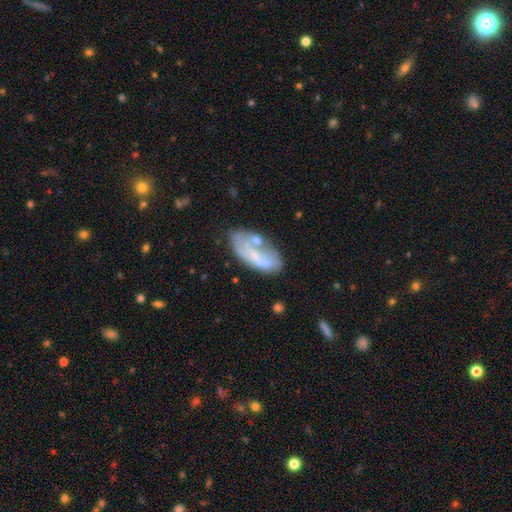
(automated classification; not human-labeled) featured or disk 49%, smooth 43%, star or artifact 9%. Down the decision tree: merging — none (49%).